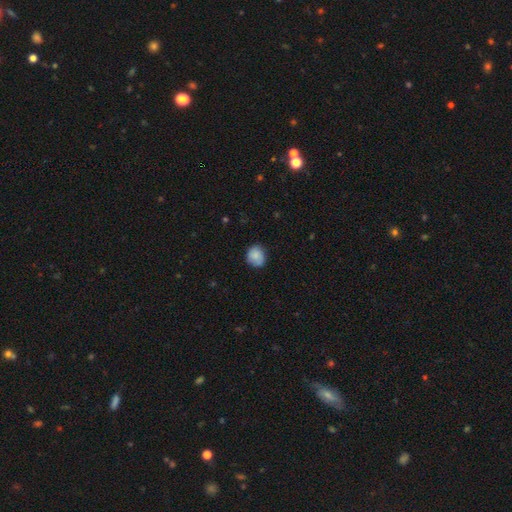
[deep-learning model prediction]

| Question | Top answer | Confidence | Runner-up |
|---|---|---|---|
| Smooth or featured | smooth | 83% | featured or disk (9%) |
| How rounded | round | 71% | in between (28%) |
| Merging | none | 70% | minor disturbance (24%) |